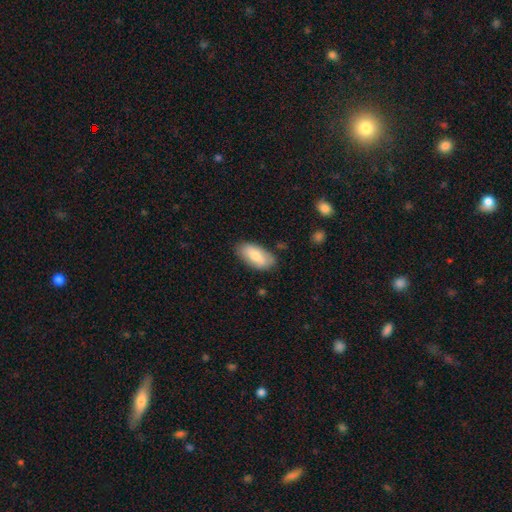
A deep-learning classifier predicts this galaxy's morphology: Overall: smooth (77%). How rounded: in between (92%). Merging: none (76%).